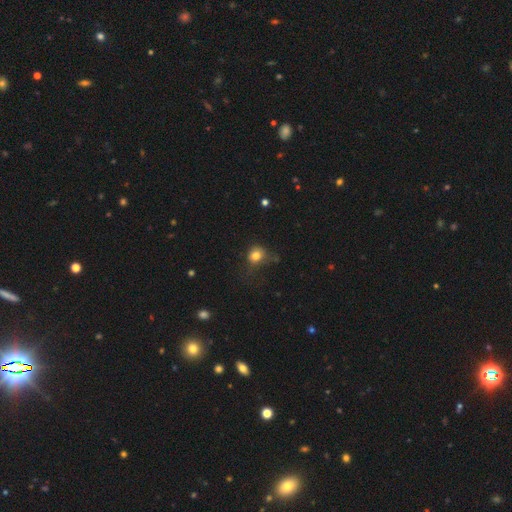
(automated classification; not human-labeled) This is likely a smooth galaxy (80%). How rounded: likely round (77%). Merging: possibly none (55%).